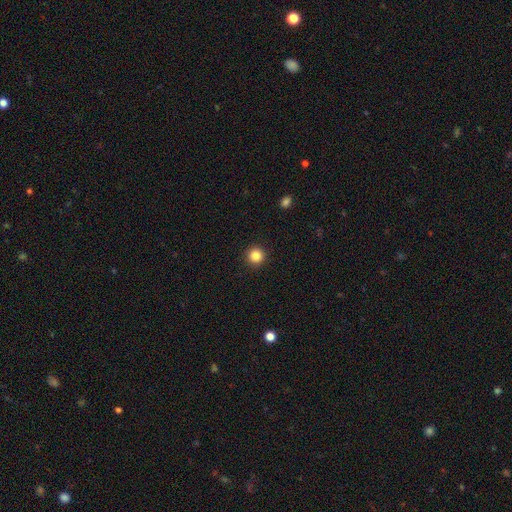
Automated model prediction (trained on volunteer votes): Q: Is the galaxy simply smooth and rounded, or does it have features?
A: smooth — 85%.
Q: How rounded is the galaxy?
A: round — 96%.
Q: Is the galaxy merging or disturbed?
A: none — 93%.